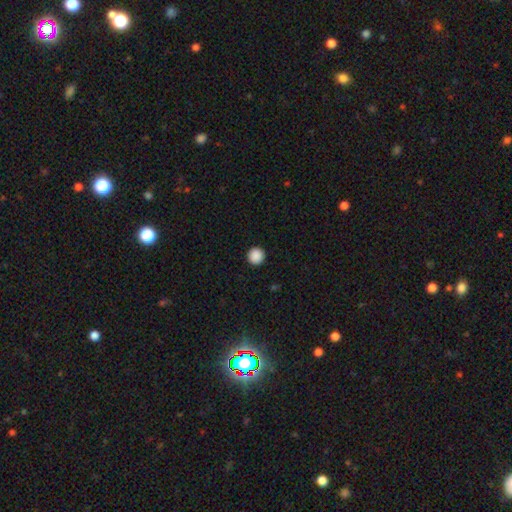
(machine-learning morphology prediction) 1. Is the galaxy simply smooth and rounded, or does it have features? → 89% smooth, 9% star or artifact, 2% featured or disk.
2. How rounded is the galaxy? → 96% round, 3% in between, 1% cigar-shaped.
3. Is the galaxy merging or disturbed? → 94% none, 4% minor disturbance, 2% major disturbance, 1% merger.